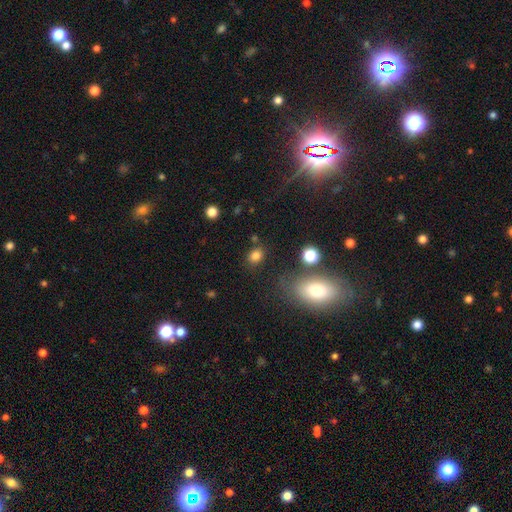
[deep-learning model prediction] Smooth or featured: smooth — 81% (star or artifact — 13%)
How rounded: in between — 55% (round — 43%)
Merging: none — 78% (minor disturbance — 12%)